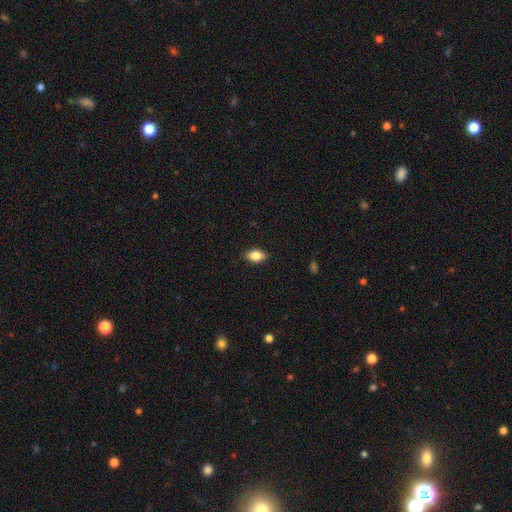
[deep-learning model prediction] smooth 82%, featured or disk 10%, star or artifact 8%. Down the decision tree: how rounded — in between (86%); merging — none (87%).